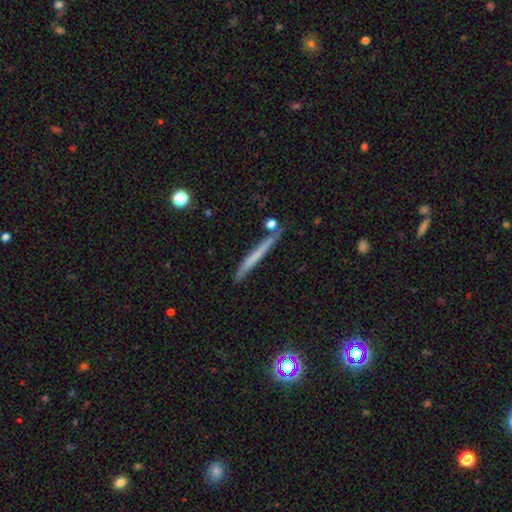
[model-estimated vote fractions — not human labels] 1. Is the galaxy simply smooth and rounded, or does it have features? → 51% smooth, 41% featured or disk, 8% star or artifact.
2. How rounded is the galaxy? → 96% cigar-shaped, 2% in between, 2% round.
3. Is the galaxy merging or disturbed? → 83% none, 11% minor disturbance, 4% merger, 2% major disturbance.